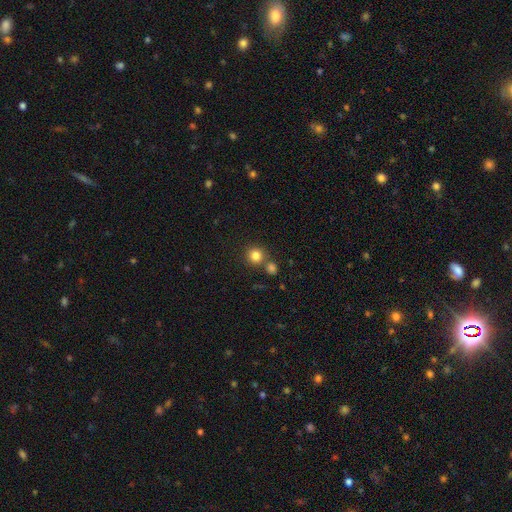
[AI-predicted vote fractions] smooth_or_featured: smooth (p=0.82) [alt: star or artifact p=0.12]
how_rounded: round (p=0.91) [alt: in between p=0.08]
merging: none (p=0.69) [alt: merger p=0.20]